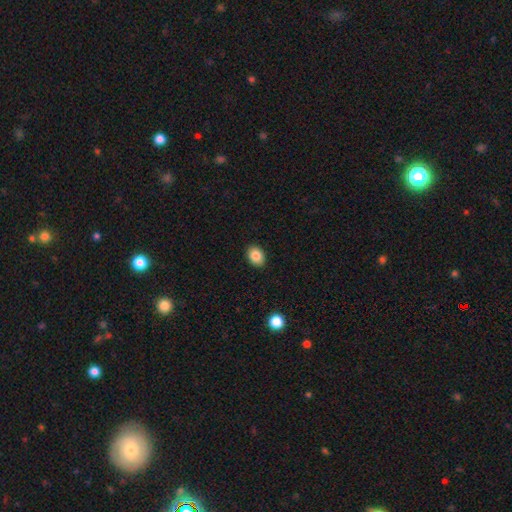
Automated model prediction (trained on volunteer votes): This appears to be a smooth galaxy with no disk features (86%) that is in between round and cigar-shaped (72%). Merging: none (90%).